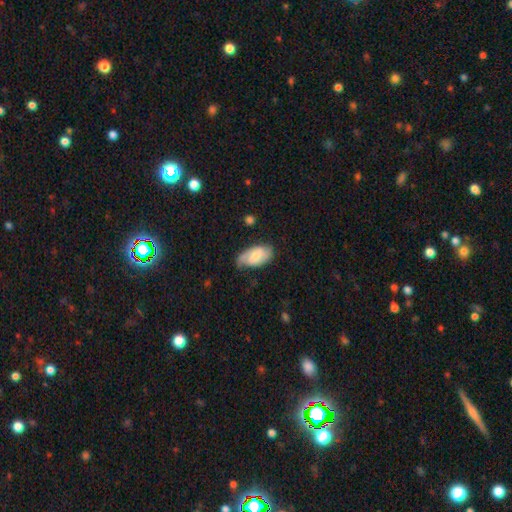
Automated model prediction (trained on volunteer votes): Smooth or featured?
  - featured or disk: 48% *
  - smooth: 46%
  - star or artifact: 6%
Merging?
  - none: 55% *
  - minor disturbance: 32%
  - major disturbance: 12%
  - merger: 2%